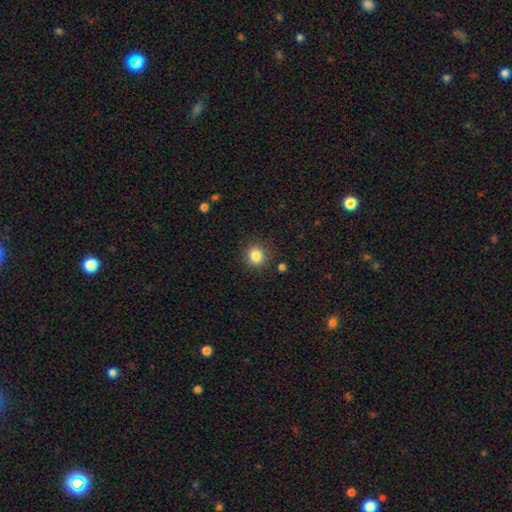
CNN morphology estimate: smooth 85%, star or artifact 10%, featured or disk 4%. Down the decision tree: how rounded — round (81%); merging — none (87%).